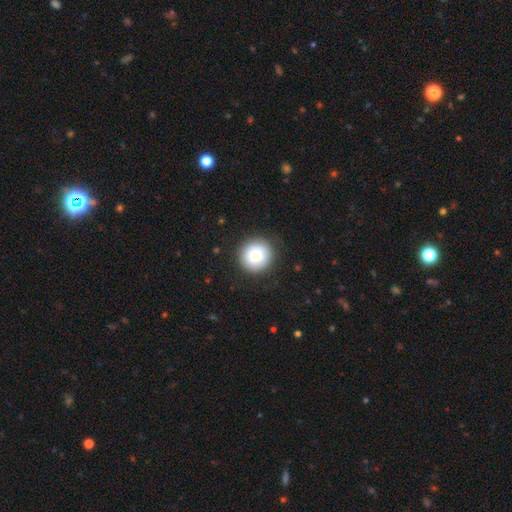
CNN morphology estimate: smooth_or_featured: smooth (p=0.78) [alt: featured or disk p=0.13]
how_rounded: round (p=0.95) [alt: in between p=0.05]
merging: none (p=0.88) [alt: minor disturbance p=0.08]